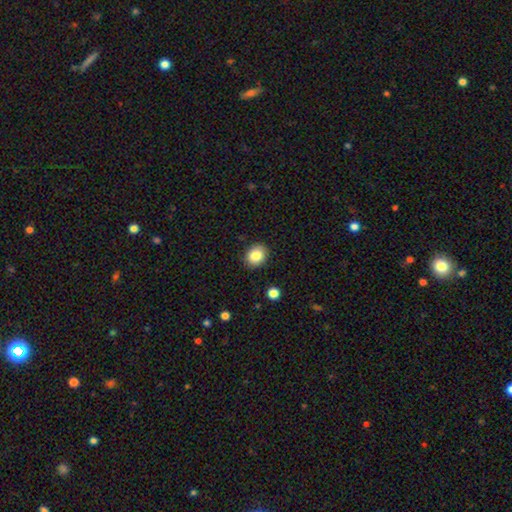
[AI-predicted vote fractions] Smooth or featured? smooth (84%)
How rounded? round (52%)
Merging? none (89%)